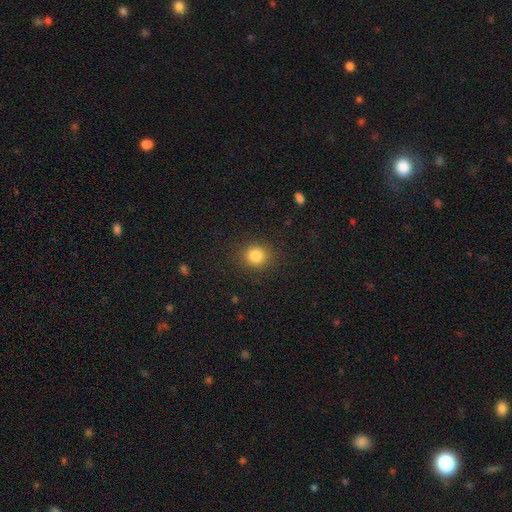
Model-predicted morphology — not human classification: The model was most divided on "smooth or featured": smooth: 83%, star or artifact: 12%, featured or disk: 6%. More confident: merging — none (89%); how rounded — round (87%).